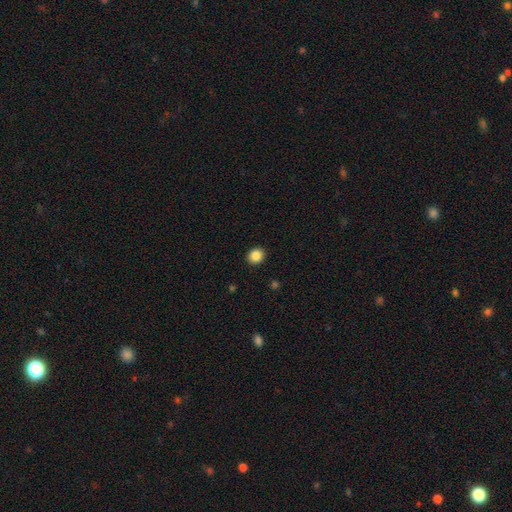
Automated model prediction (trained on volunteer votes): Q: Smooth or featured?
A: smooth (86%); runner-up: star or artifact (10%)
Q: How rounded?
A: round (82%); runner-up: in between (17%)
Q: Merging?
A: none (92%); runner-up: minor disturbance (5%)